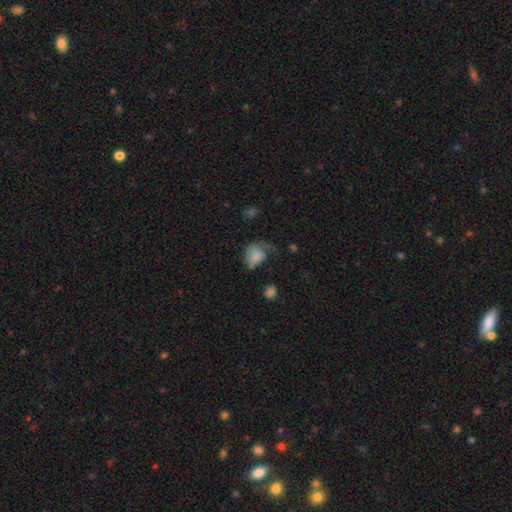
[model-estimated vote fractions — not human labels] Smooth or featured: smooth — 67% (featured or disk — 24%)
How rounded: round — 52% (in between — 47%)
Merging: major disturbance — 41% (none — 28%)